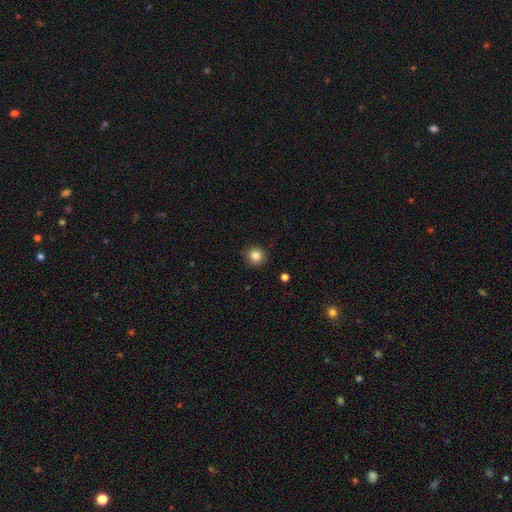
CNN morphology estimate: type=smooth (83%); roundness=round (94%); merging=none (91%).